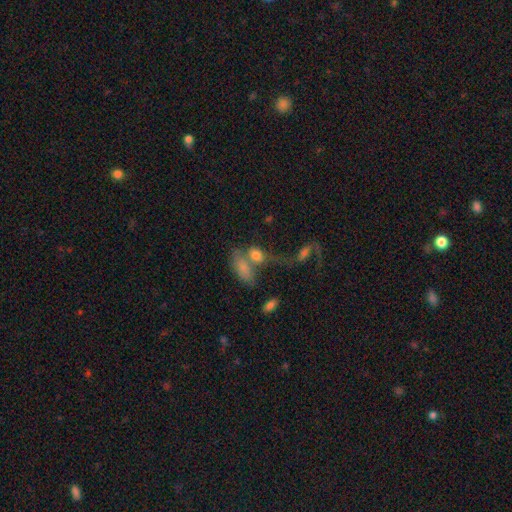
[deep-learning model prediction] A smooth galaxy with no disk features (72%) that is in between round and cigar-shaped (78%). Merging: merger (50%).